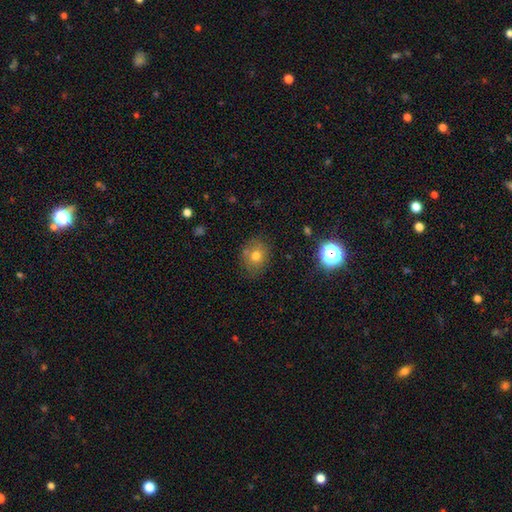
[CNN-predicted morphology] smooth_or_featured: smooth (p=0.72) [alt: featured or disk p=0.14]
how_rounded: round (p=0.65) [alt: in between p=0.34]
merging: none (p=0.73) [alt: minor disturbance p=0.17]